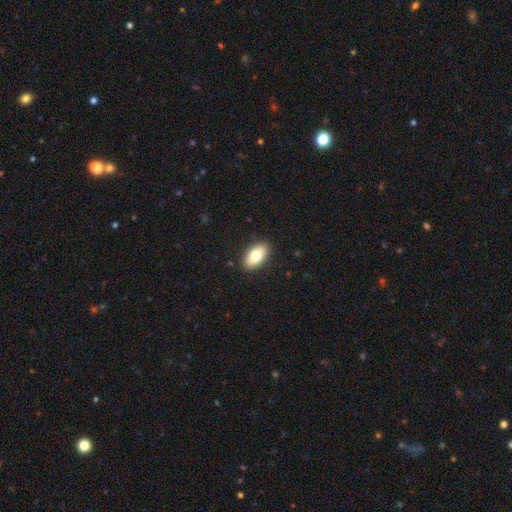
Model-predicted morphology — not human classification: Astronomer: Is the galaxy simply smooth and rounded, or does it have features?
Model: smooth — 76%.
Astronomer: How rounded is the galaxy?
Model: in between — 92%.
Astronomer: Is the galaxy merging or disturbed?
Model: none — 89%.